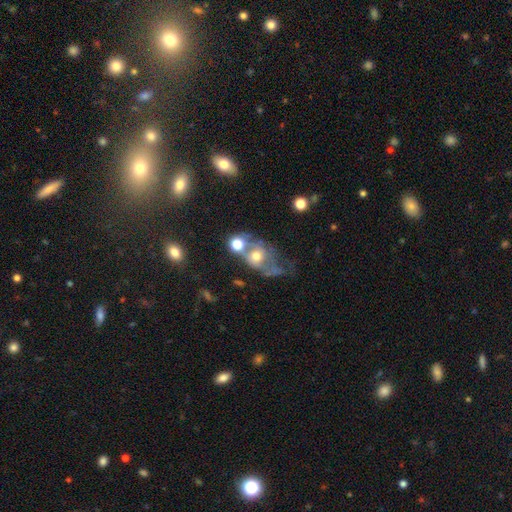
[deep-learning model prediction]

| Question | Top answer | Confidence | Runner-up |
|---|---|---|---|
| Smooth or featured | featured or disk | 45% | smooth (40%) |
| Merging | merger | 36% | major disturbance (25%) |